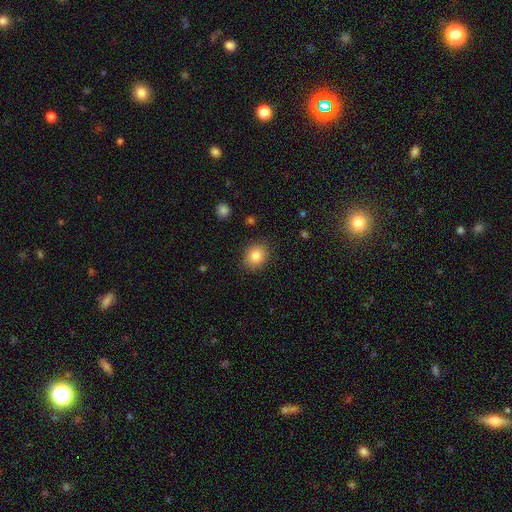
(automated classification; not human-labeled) The model was most divided on "how rounded": round: 66%, in between: 34%, cigar-shaped: 1%. More confident: merging — none (87%); smooth or featured — smooth (84%).